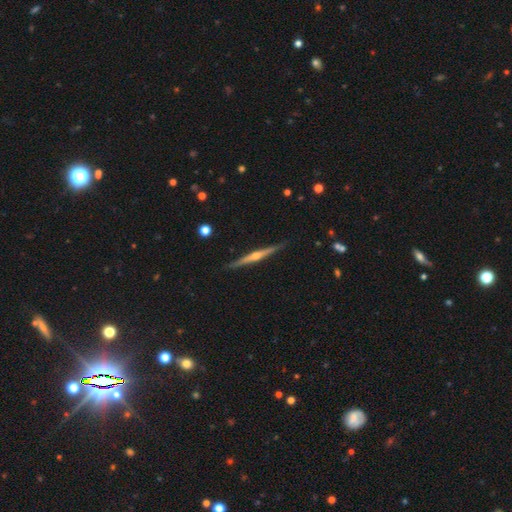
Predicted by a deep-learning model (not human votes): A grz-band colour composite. It shows a featured or disk galaxy (81%) viewed edge-on (98%) with a rounded central bulge (87%). Merging: none (90%).